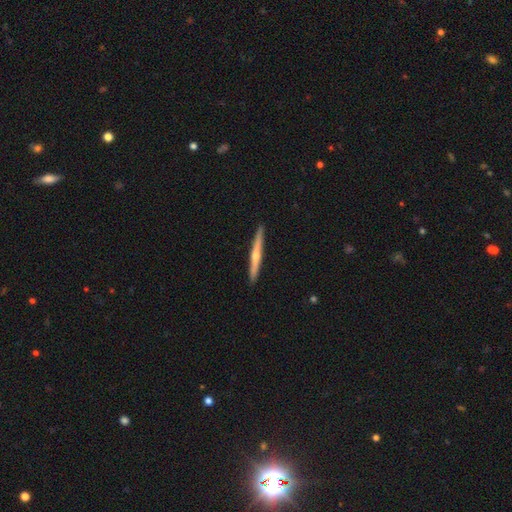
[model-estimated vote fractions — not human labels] Smooth or featured? featured or disk (66%)
Edge-on disk? yes (98%)
Edge-on bulge? rounded (77%)
Merging? none (92%)